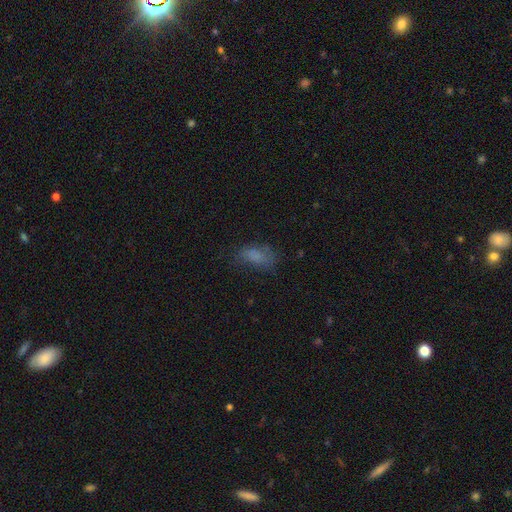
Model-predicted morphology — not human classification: Q: Smooth or featured?
A: smooth (71%); runner-up: featured or disk (15%)
Q: How rounded?
A: in between (86%); runner-up: cigar-shaped (8%)
Q: Merging?
A: none (52%); runner-up: minor disturbance (27%)